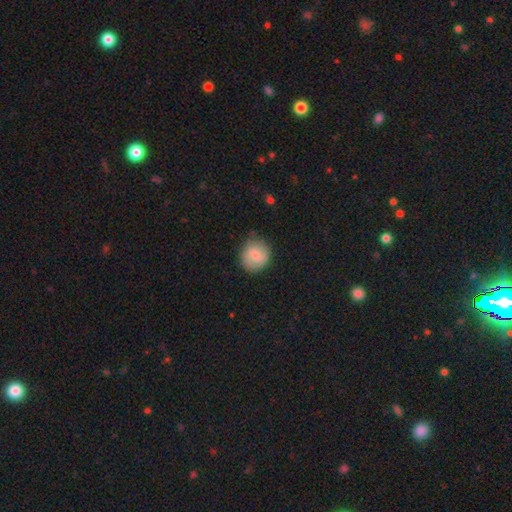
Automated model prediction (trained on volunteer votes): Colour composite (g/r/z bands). It shows a smooth galaxy with no disk features (74%) that is round (85%). Merging: none (80%).